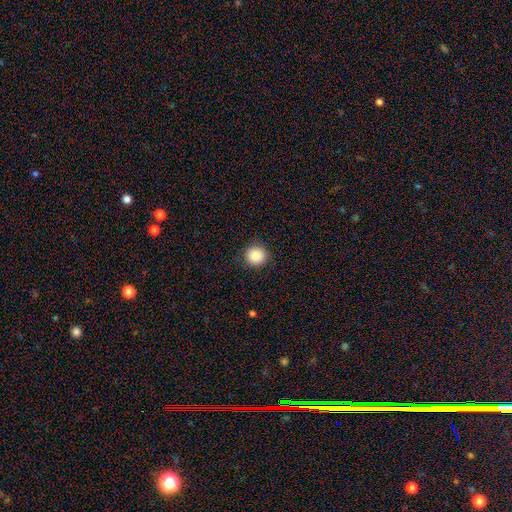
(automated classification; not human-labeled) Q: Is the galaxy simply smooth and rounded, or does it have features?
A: smooth — 87%.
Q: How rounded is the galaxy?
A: round — 93%.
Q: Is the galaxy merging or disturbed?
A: none — 89%.